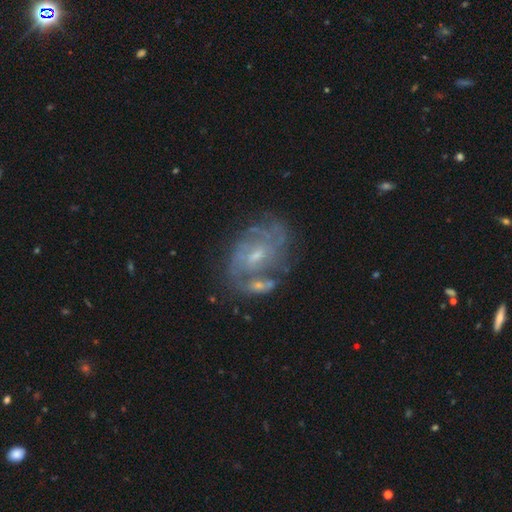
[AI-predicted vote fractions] Q: Smooth or featured?
A: featured or disk (77%); runner-up: smooth (14%)
Q: Edge-on disk?
A: no (97%); runner-up: yes (3%)
Q: Bar?
A: weak (47%); runner-up: no (44%)
Q: Spiral arms?
A: yes (82%); runner-up: no (18%)
Q: Spiral winding?
A: tight (47%); runner-up: medium (38%)
Q: Spiral arm count?
A: can't tell (44%); runner-up: 2 (27%)
Q: Bulge size?
A: small (60%); runner-up: moderate (33%)
Q: Merging?
A: none (52%); runner-up: merger (21%)